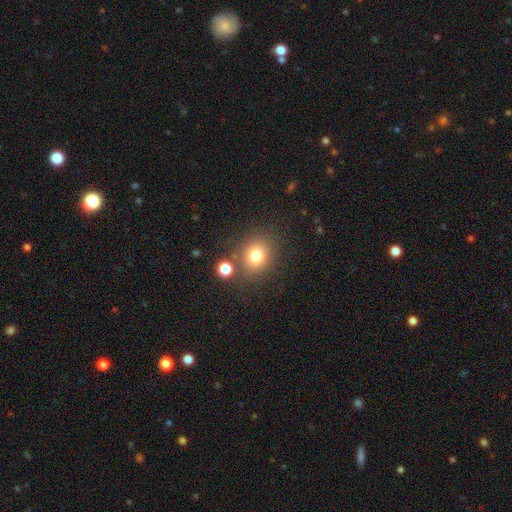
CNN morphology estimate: Smooth or featured? Predicted: smooth (p=0.78). How rounded? Predicted: round (p=0.76). Merging? Predicted: none (p=0.75).